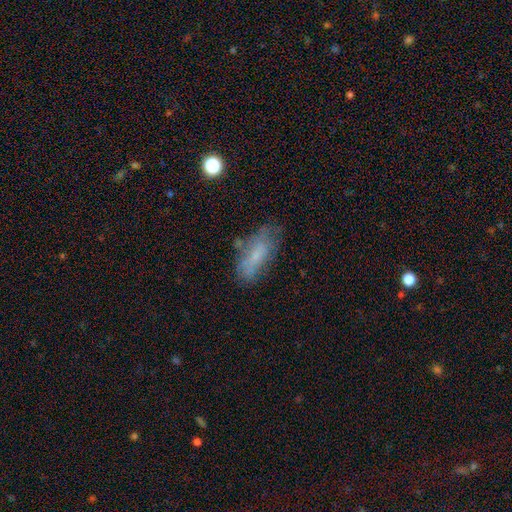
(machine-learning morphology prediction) Smooth or featured?
  - smooth: 57% *
  - featured or disk: 34%
  - star or artifact: 9%
How rounded?
  - in between: 77% *
  - cigar-shaped: 20%
  - round: 3%
Merging?
  - none: 57% *
  - minor disturbance: 26%
  - major disturbance: 11%
  - merger: 5%